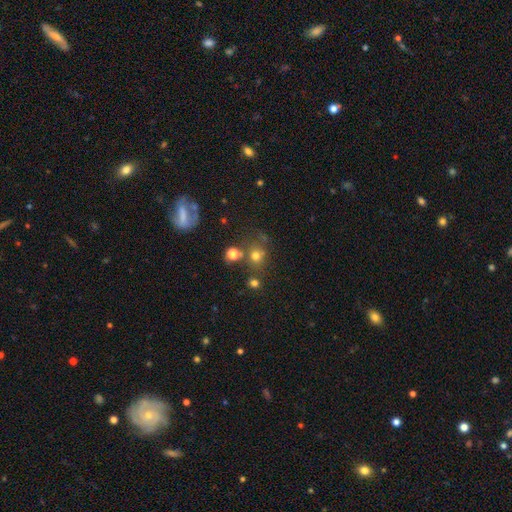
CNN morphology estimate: smooth_or_featured: smooth (p=0.67) [alt: star or artifact p=0.21]
how_rounded: round (p=0.80) [alt: in between p=0.19]
merging: none (p=0.61) [alt: merger p=0.18]